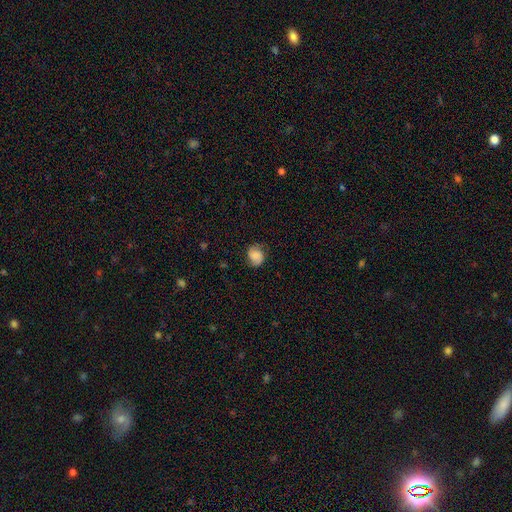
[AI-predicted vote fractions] A smooth galaxy with no disk features (63%) that is round (58%). Merging: none (72%).